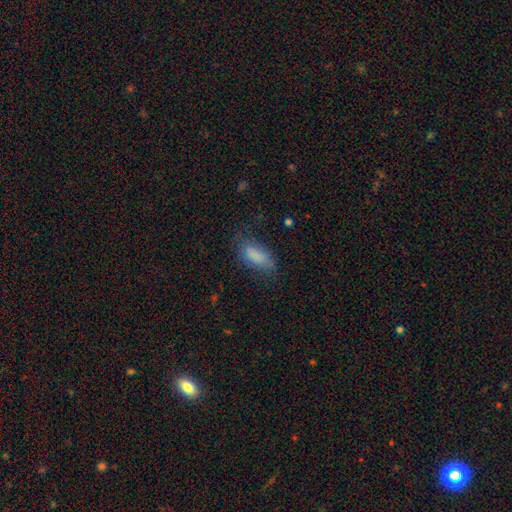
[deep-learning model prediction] This is likely a smooth galaxy (79%). How rounded: clearly in between (82%). Merging: possibly none (52%).